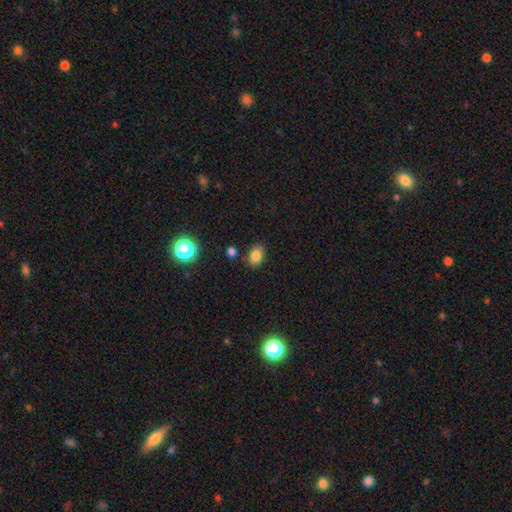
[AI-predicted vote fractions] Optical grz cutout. It shows a smooth galaxy with no disk features (82%) that is in between round and cigar-shaped (73%). Merging: none (82%).